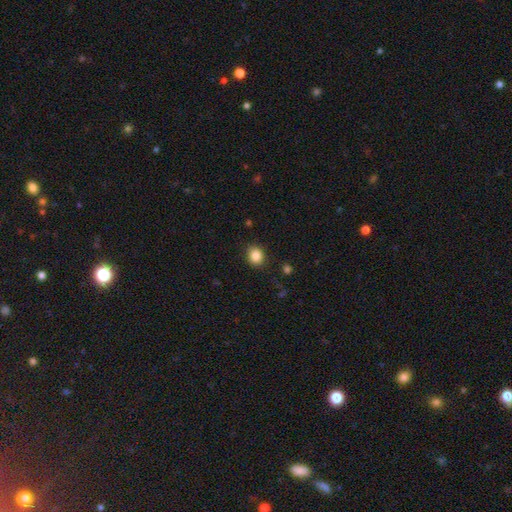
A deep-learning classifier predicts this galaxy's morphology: Q: Smooth or featured?
A: smooth (86%); runner-up: star or artifact (10%)
Q: How rounded?
A: round (67%); runner-up: in between (32%)
Q: Merging?
A: none (88%); runner-up: minor disturbance (9%)